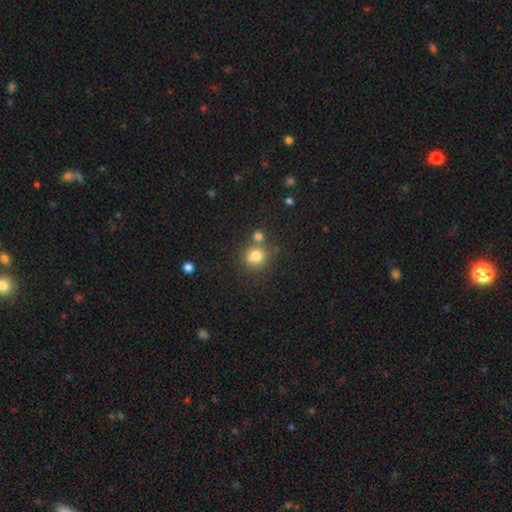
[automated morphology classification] Smooth or featured? Predicted: smooth (p=0.77). How rounded? Predicted: round (p=0.86). Merging? Predicted: none (p=0.64).